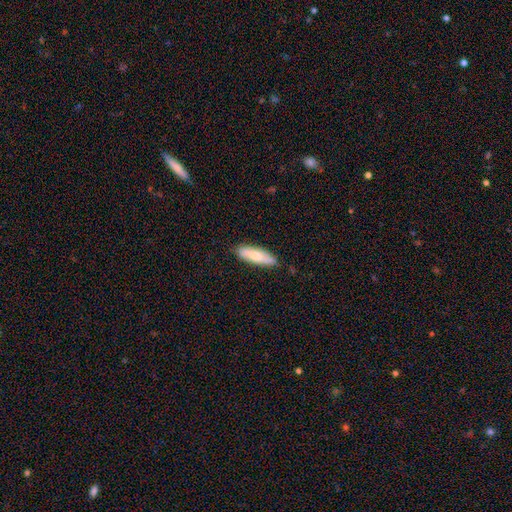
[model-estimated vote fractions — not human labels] Smooth or featured? smooth (69%)
How rounded? cigar-shaped (53%)
Merging? none (83%)